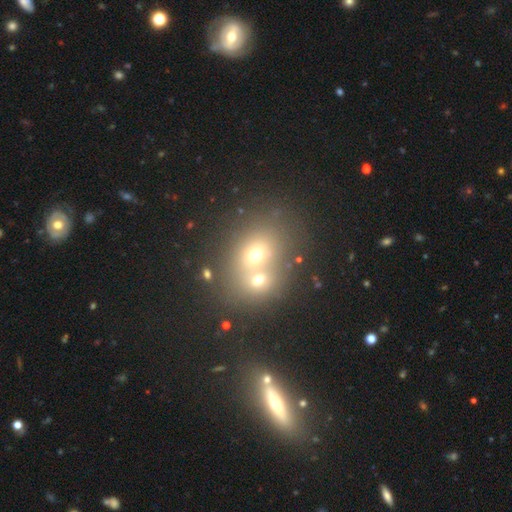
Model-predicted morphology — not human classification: A smooth galaxy with no disk features (54%) that is round (63%).

Vote fractions:
- Smooth or featured? smooth: 54% / star or artifact: 25% / featured or disk: 21%
- How rounded? round: 63% / in between: 36% / cigar-shaped: 2%
- Merging? merger: 55% / none: 35% / minor disturbance: 6% / major disturbance: 3%